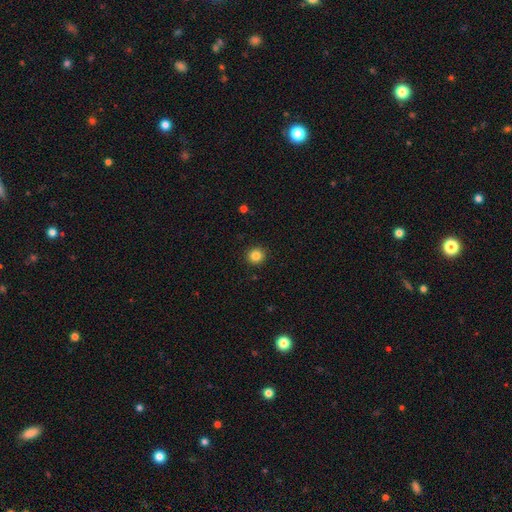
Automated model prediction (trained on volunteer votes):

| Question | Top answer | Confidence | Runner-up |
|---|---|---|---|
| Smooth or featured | smooth | 84% | star or artifact (11%) |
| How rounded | round | 92% | in between (7%) |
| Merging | none | 92% | minor disturbance (5%) |